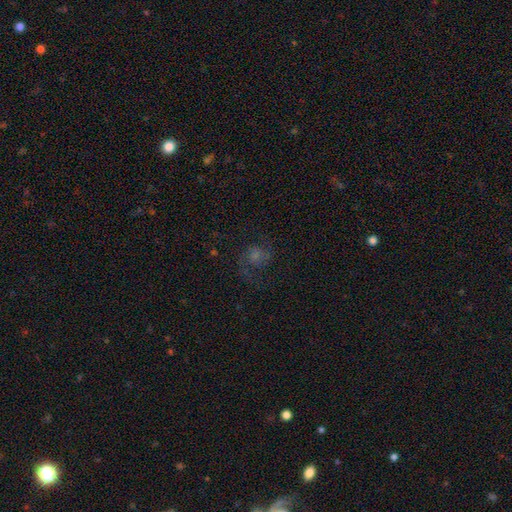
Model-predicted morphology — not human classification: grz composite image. It shows a featured or disk galaxy (51%). Merging: none (66%).